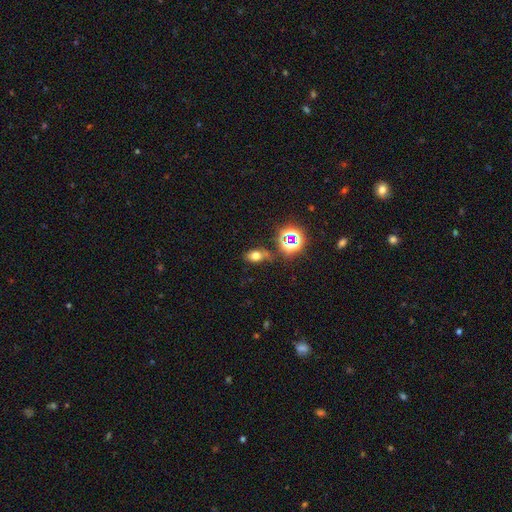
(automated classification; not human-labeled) A smooth galaxy with no disk features (64%) that is in between round and cigar-shaped (78%). Merging: none (67%).